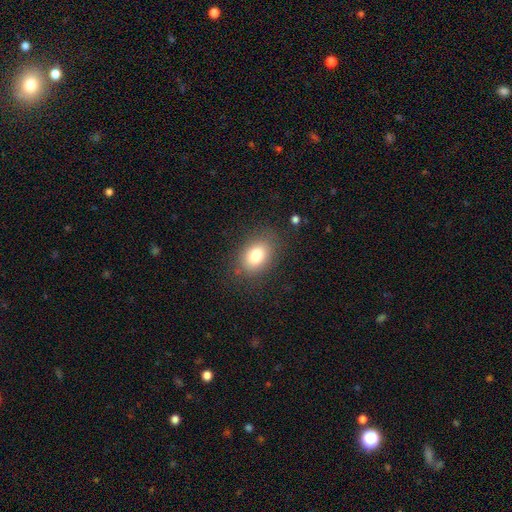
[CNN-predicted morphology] A smooth galaxy with no disk features (78%) that is in between round and cigar-shaped (74%).

Vote fractions:
- Smooth or featured? smooth: 78% / featured or disk: 11% / star or artifact: 10%
- How rounded? in between: 74% / round: 24% / cigar-shaped: 1%
- Merging? none: 82% / minor disturbance: 12% / major disturbance: 5% / merger: 1%